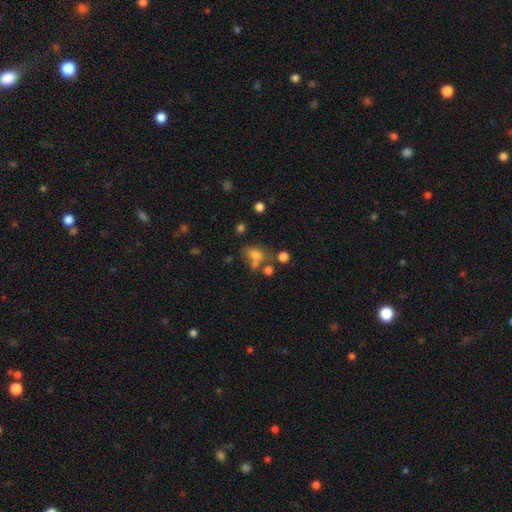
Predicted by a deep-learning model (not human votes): This appears to be a smooth galaxy with no disk features (68%) that is in between round and cigar-shaped (64%). Merging: none (44%).